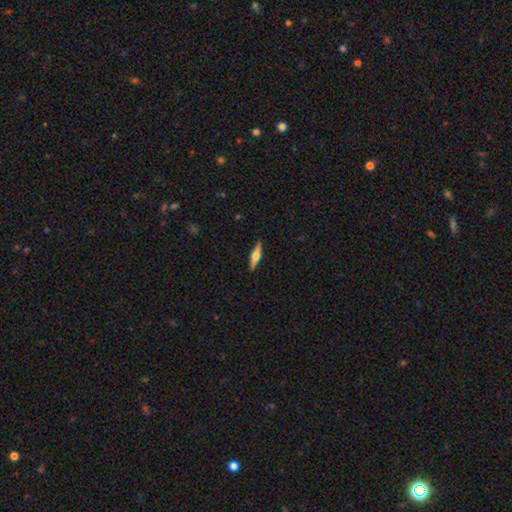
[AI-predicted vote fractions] This is likely a featured or disk galaxy (63%). It is clearly viewed edge-on (97%). Edge-on bulge: clearly rounded (92%). Merging: clearly none (90%).